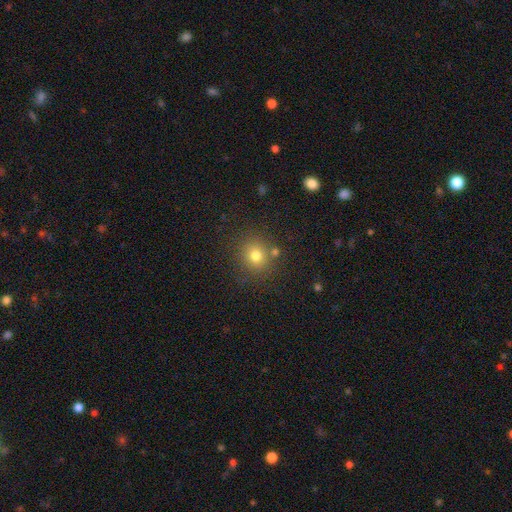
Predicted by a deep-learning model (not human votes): This appears to be a smooth galaxy with no disk features (75%) that is round (85%). Merging: none (78%).